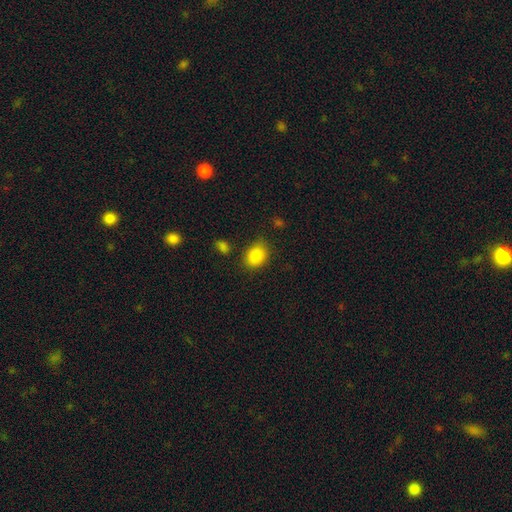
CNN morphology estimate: Smooth or featured?
  - smooth: 87% *
  - star or artifact: 9%
  - featured or disk: 4%
How rounded?
  - in between: 62% *
  - round: 37%
  - cigar-shaped: 1%
Merging?
  - none: 78% *
  - minor disturbance: 14%
  - major disturbance: 4%
  - merger: 3%